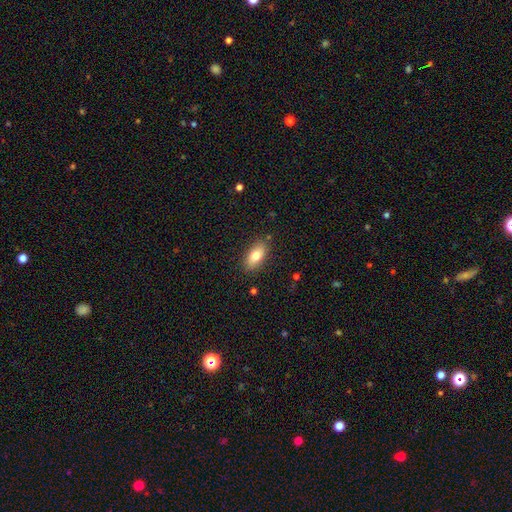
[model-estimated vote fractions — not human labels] Overall: smooth (79%). How rounded: in between (87%). Merging: none (85%).